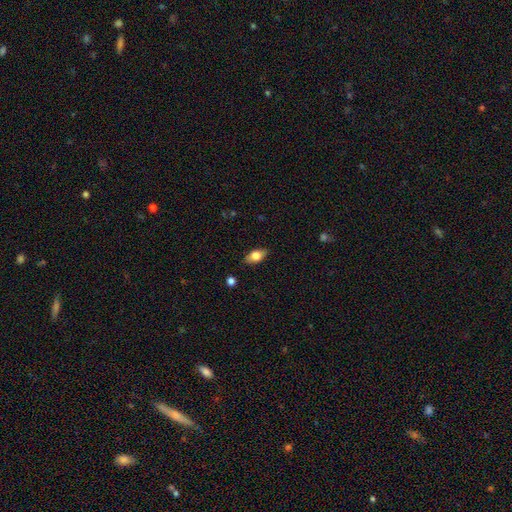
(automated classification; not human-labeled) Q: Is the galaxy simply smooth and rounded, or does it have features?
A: smooth — 75%.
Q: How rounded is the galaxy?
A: in between — 86%.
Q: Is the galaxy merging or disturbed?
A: none — 84%.